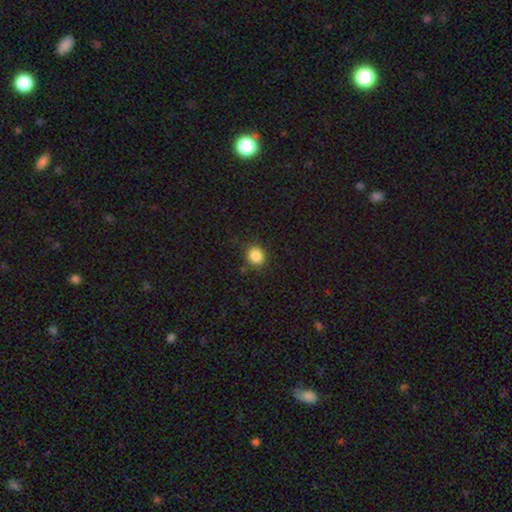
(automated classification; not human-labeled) Smooth or featured: smooth — 86% (star or artifact — 11%)
How rounded: round — 81% (in between — 18%)
Merging: none — 85% (minor disturbance — 10%)